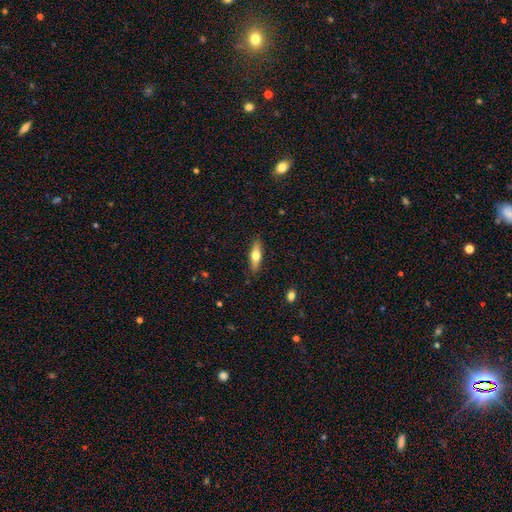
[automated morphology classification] smooth_or_featured: smooth (p=0.53) [alt: featured or disk p=0.41]
how_rounded: cigar-shaped (p=0.59) [alt: in between p=0.39]
merging: none (p=0.88) [alt: minor disturbance p=0.09]